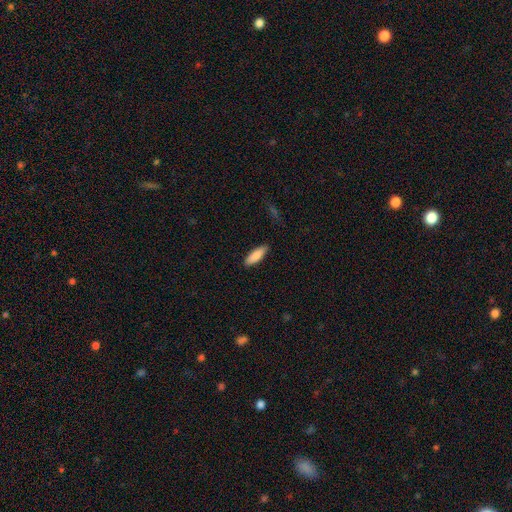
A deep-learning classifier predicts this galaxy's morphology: Q: Smooth or featured?
A: smooth (86%); runner-up: featured or disk (8%)
Q: How rounded?
A: in between (55%); runner-up: cigar-shaped (44%)
Q: Merging?
A: none (87%); runner-up: minor disturbance (9%)